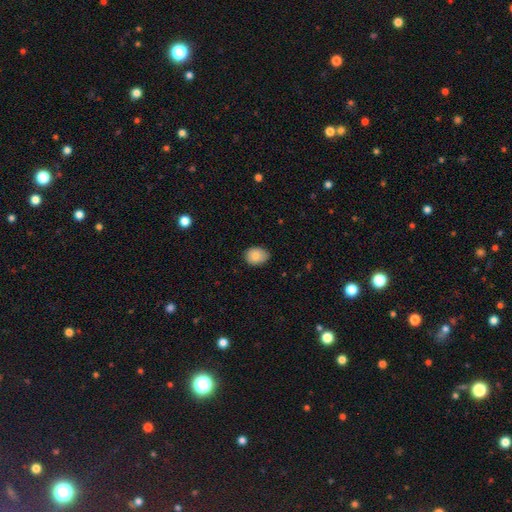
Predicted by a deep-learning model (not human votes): smooth-or-featured: smooth: 86% | star or artifact: 8% | featured or disk: 7%
  how-rounded: in between: 61% | round: 39% | cigar-shaped: 1%
  merging: none: 74% | minor disturbance: 22% | major disturbance: 3% | merger: 1%